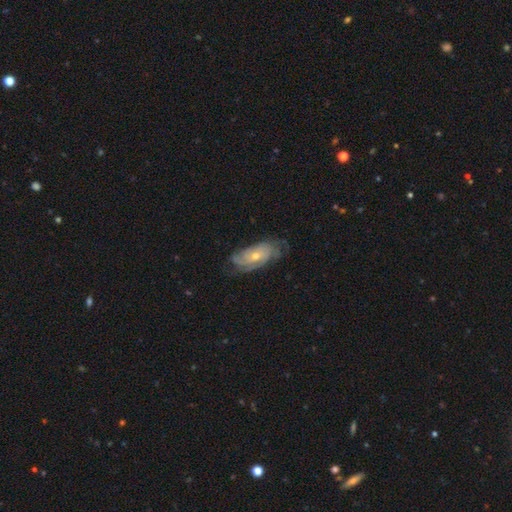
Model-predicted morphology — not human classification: This is likely a featured or disk galaxy (77%). It is clearly not viewed edge-on (91%). Bar: likely no (76%). Spiral arm pattern: clearly yes (92%). Spiral arm count: marginally can't tell (38%). Spiral winding: likely tight (60%). Central bulge: possibly small (50%). Merging: likely none (70%).